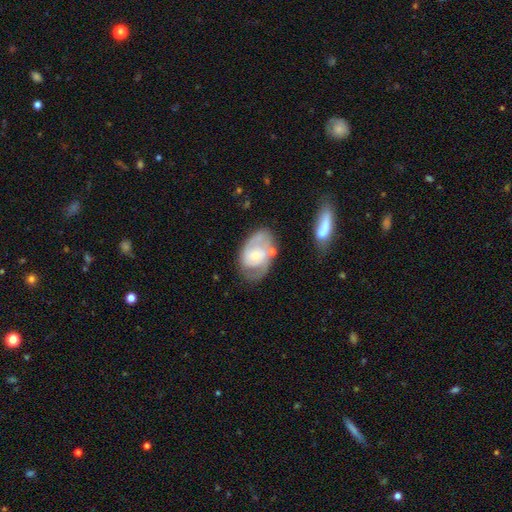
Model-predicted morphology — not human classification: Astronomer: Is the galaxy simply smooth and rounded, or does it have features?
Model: featured or disk — 71%.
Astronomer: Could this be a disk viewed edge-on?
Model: no — 96%.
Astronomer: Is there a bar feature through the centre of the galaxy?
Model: no — 64%.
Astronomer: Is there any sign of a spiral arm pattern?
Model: yes — 83%.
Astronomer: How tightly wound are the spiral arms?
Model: tight — 42%, tied with medium at 42%.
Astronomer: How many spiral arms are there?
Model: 2 — 60%.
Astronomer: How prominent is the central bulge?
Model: small — 65%.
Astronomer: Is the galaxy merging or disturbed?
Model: none — 56%.